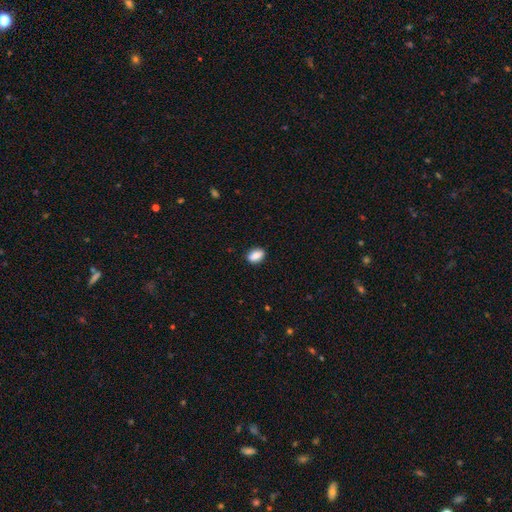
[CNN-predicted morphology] Q: Smooth or featured?
A: smooth (87%); runner-up: star or artifact (7%)
Q: How rounded?
A: in between (84%); runner-up: round (13%)
Q: Merging?
A: none (88%); runner-up: minor disturbance (9%)